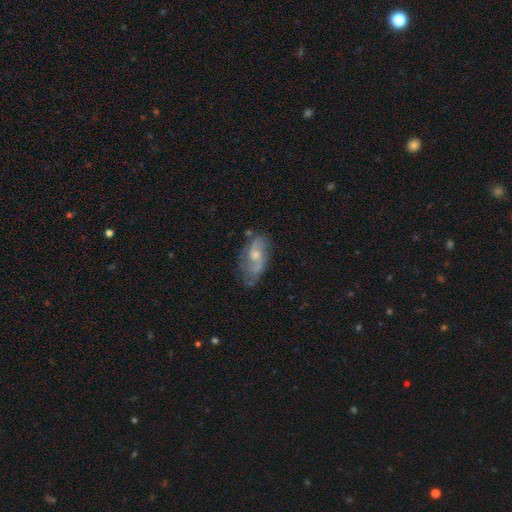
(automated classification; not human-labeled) A featured or disk galaxy (64%) with no bar (66%), spiral arms (77%) and a moderate central bulge (55%). Merging: none (54%).